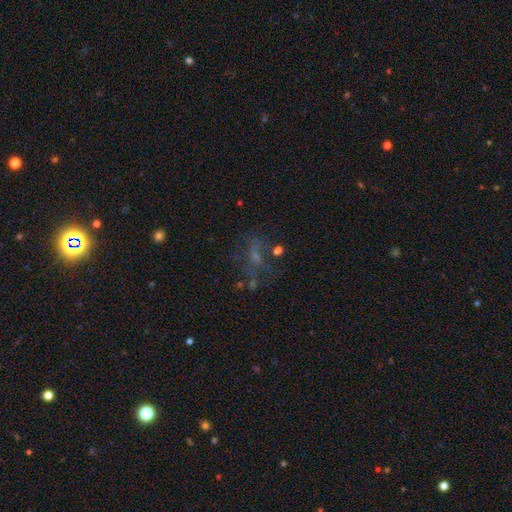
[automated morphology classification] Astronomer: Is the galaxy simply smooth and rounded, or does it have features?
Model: star or artifact — 38% (runner-up: featured or disk, 35%).